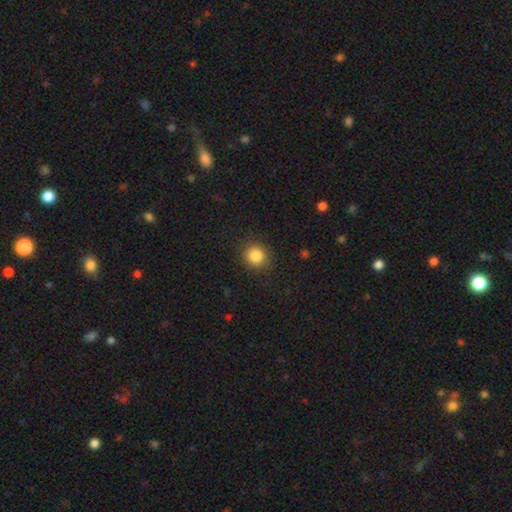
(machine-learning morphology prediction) The model was most divided on "smooth or featured": smooth: 85%, star or artifact: 10%, featured or disk: 4%. More confident: how rounded — round (89%); merging — none (88%).